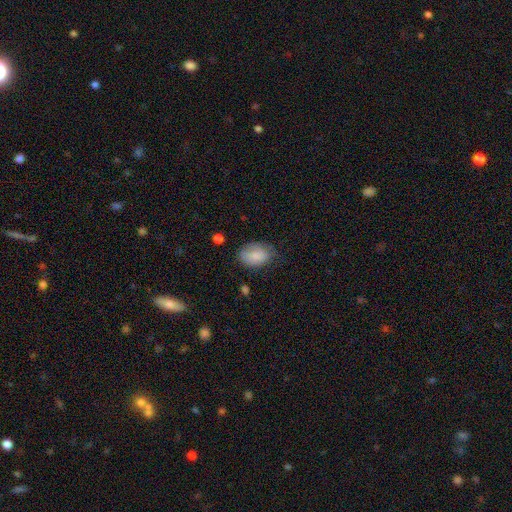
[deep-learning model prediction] Smooth or featured? Predicted: smooth (p=0.83). How rounded? Predicted: in between (p=0.83). Merging? Predicted: none (p=0.58).